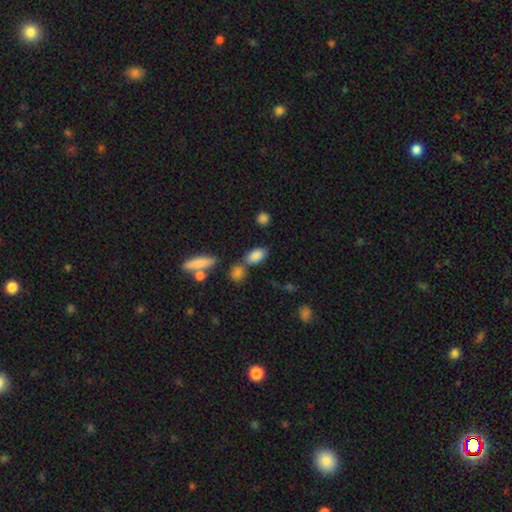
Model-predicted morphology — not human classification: This is clearly a smooth galaxy (85%). How rounded: clearly in between (88%). Merging: likely none (61%).